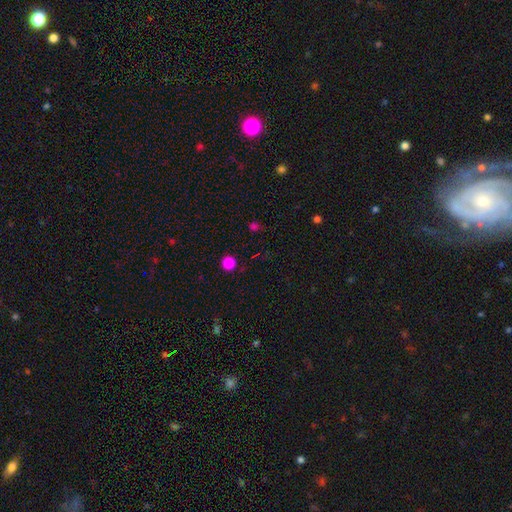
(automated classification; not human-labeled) This appears to be a smooth galaxy with no disk features (59%) that is round (91%). Merging: none (89%).